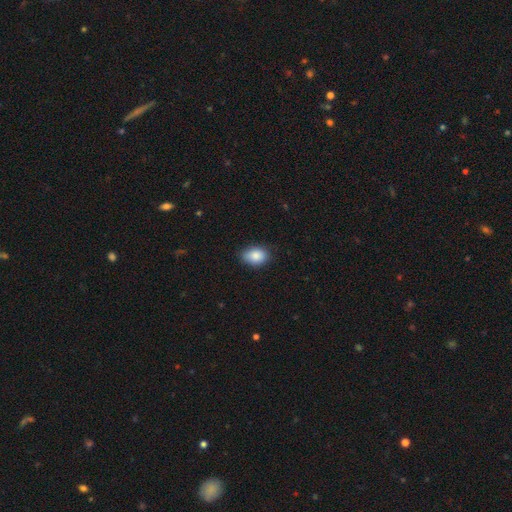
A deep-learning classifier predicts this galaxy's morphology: smooth-or-featured: smooth: 86% | star or artifact: 8% | featured or disk: 6%
  how-rounded: in between: 80% | round: 19% | cigar-shaped: 1%
  merging: none: 80% | minor disturbance: 16% | major disturbance: 3% | merger: 1%